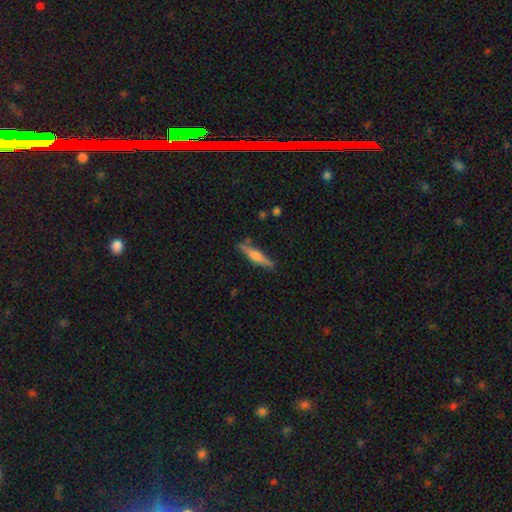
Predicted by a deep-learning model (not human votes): Morphology: type=featured or disk (52%); edge-on=yes (96%); merging=none (83%).